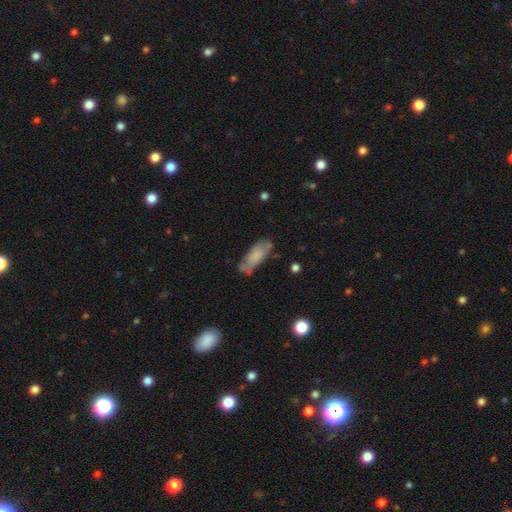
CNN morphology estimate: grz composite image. It shows a smooth galaxy with no disk features (70%) that is in between round and cigar-shaped (69%). Merging: none (59%).